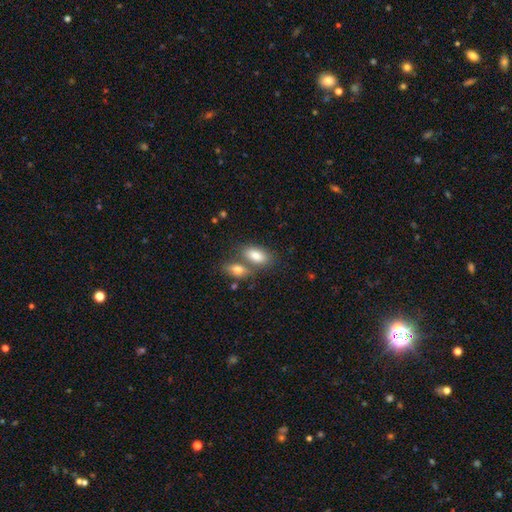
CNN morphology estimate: This appears to be a smooth galaxy with no disk features (83%) that is in between round and cigar-shaped (90%). Merging: none (46%).